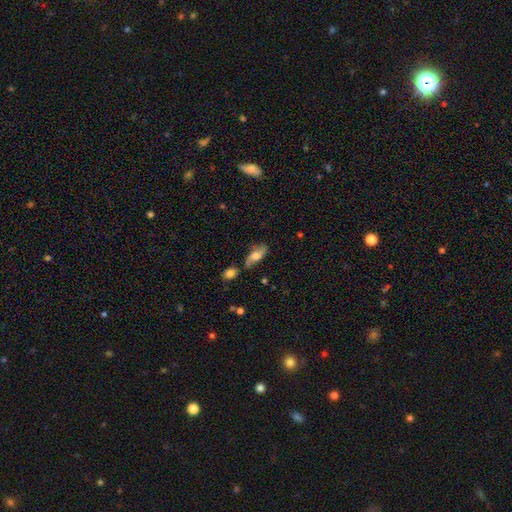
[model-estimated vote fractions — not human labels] A featured or disk galaxy (50%).

Vote fractions:
- Smooth or featured? featured or disk: 50% / smooth: 41% / star or artifact: 8%
- Edge-on disk? no: 79% / yes: 21%
- Merging? none: 59% / minor disturbance: 22% / merger: 11% / major disturbance: 8%